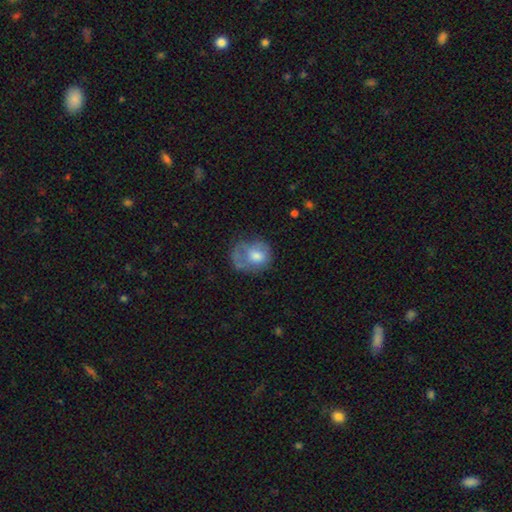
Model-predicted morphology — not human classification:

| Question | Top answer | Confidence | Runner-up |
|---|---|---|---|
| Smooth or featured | smooth | 57% | featured or disk (34%) |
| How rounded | round | 59% | in between (40%) |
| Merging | none | 36% | major disturbance (33%) |